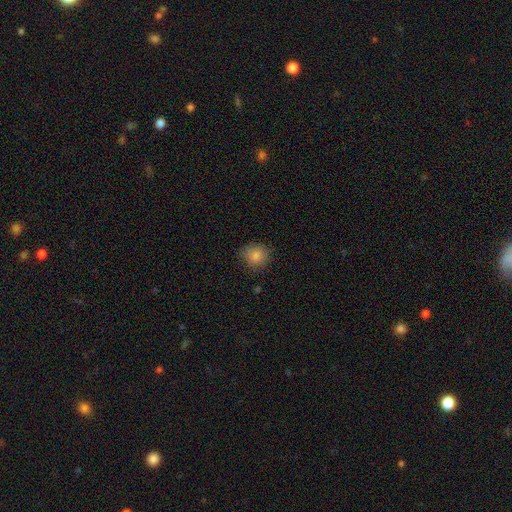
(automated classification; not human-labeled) Smooth or featured? smooth (85%)
How rounded? round (81%)
Merging? none (79%)